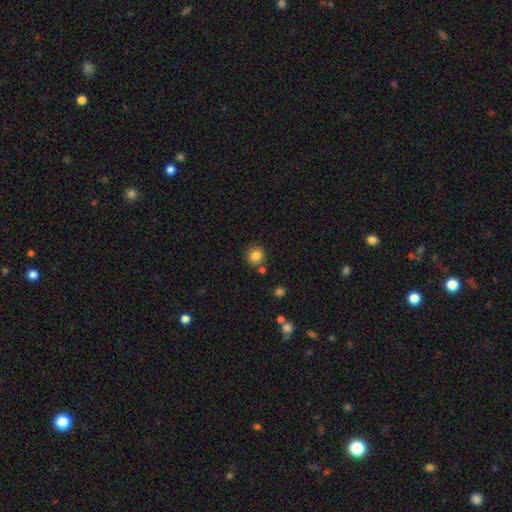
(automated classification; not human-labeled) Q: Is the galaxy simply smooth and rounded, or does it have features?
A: smooth — 83%.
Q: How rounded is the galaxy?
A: round — 87%.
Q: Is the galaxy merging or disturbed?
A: none — 79%.